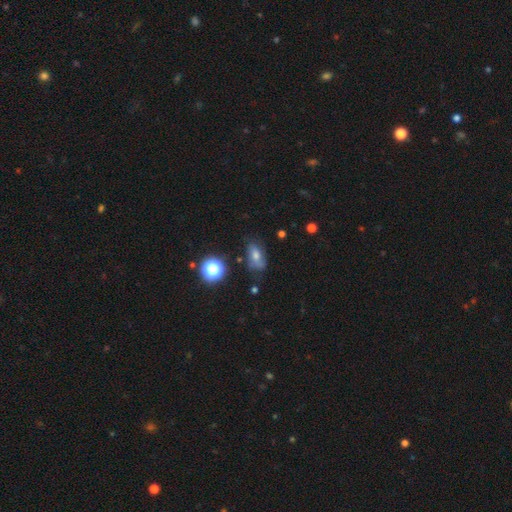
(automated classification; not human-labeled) Morphology: type=smooth (51%); roundness=in between (81%); merging=none (61%).